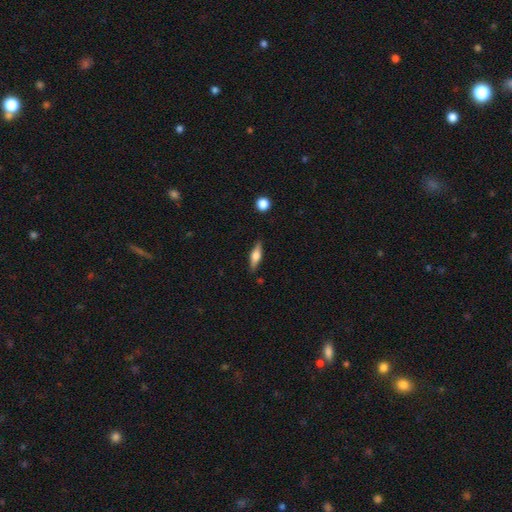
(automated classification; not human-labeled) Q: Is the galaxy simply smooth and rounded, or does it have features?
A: smooth — 50%.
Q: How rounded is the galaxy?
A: cigar-shaped — 53%.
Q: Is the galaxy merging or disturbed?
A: none — 85%.